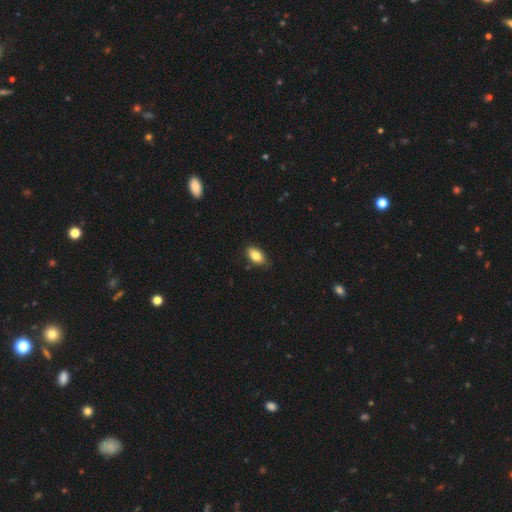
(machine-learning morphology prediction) This is clearly a smooth galaxy (82%). How rounded: clearly in between (90%). Merging: clearly none (81%).